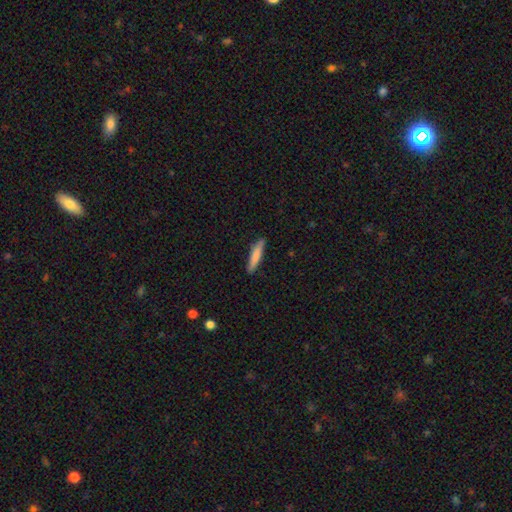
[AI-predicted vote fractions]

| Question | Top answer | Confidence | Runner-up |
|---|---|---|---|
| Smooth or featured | smooth | 77% | featured or disk (17%) |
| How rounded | cigar-shaped | 88% | in between (10%) |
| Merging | none | 88% | minor disturbance (9%) |